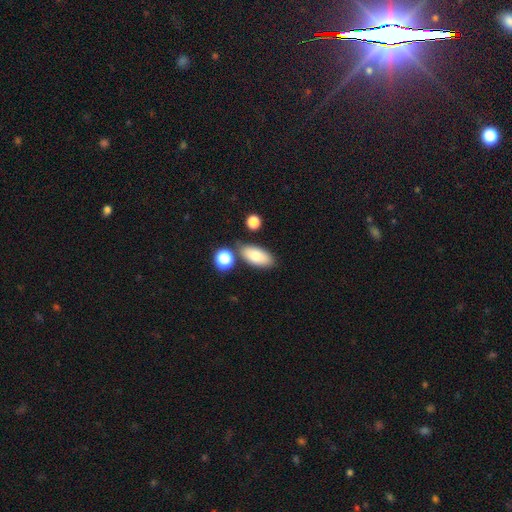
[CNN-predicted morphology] Smooth or featured: smooth — 82% (featured or disk — 11%)
How rounded: in between — 89% (cigar-shaped — 7%)
Merging: none — 76% (minor disturbance — 12%)